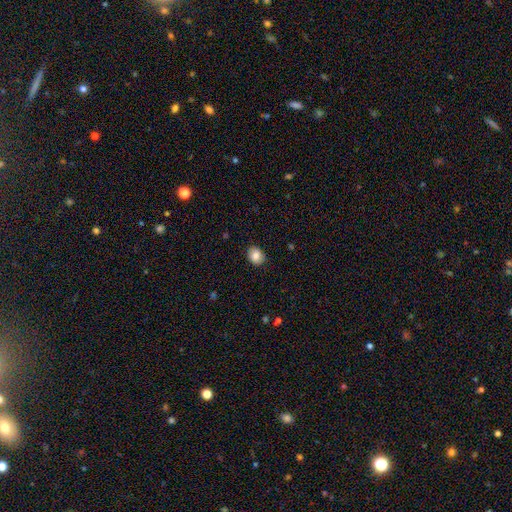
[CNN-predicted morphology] Smooth or featured? Predicted: smooth (p=0.84). How rounded? Predicted: in between (p=0.50). Merging? Predicted: none (p=0.88).